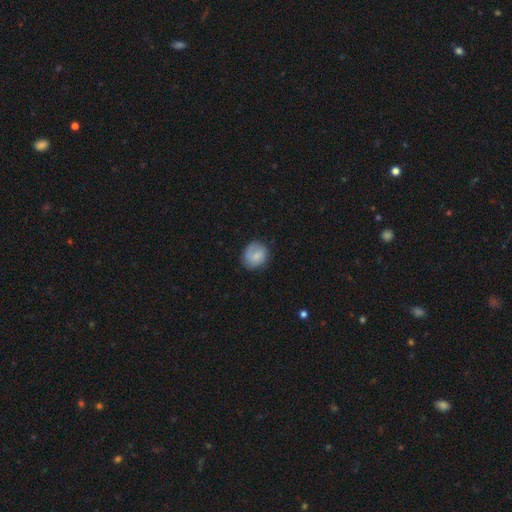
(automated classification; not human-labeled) Smooth or featured: smooth — 68% (featured or disk — 24%)
How rounded: round — 76% (in between — 23%)
Merging: none — 73% (minor disturbance — 19%)